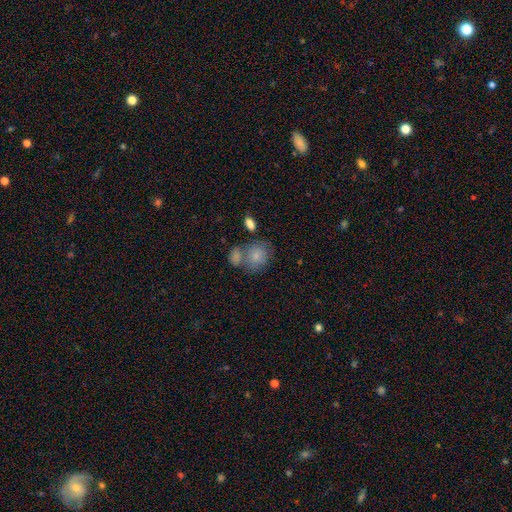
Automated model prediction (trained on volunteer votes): Smooth or featured? Predicted: smooth (p=0.76). How rounded? Predicted: round (p=0.55). Merging? Predicted: none (p=0.39).